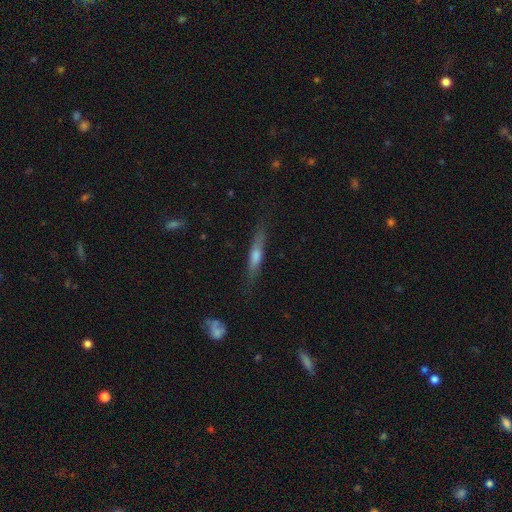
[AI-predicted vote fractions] featured or disk 48%, smooth 45%, star or artifact 7%. Down the decision tree: merging — none (79%).